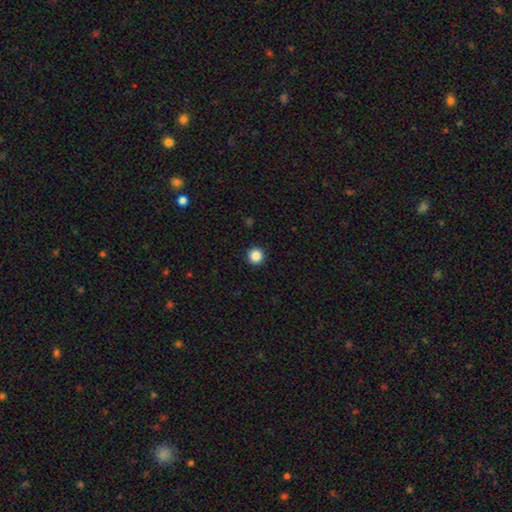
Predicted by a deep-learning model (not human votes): smooth_or_featured: smooth (p=0.87) [alt: star or artifact p=0.10]
how_rounded: round (p=0.96) [alt: in between p=0.03]
merging: none (p=0.93) [alt: minor disturbance p=0.05]